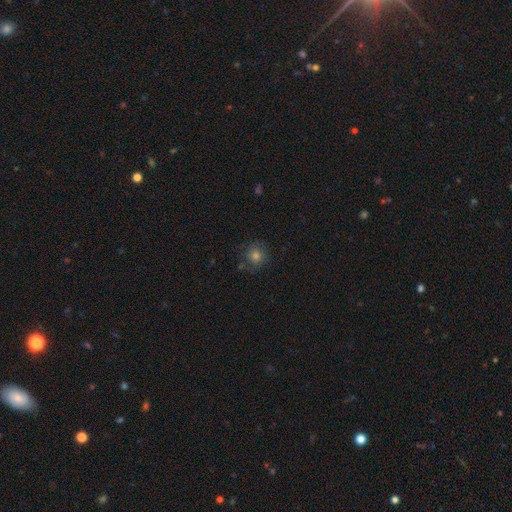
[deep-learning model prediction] smooth 72%, star or artifact 17%, featured or disk 11%. Down the decision tree: how rounded — round (89%); merging — none (79%).